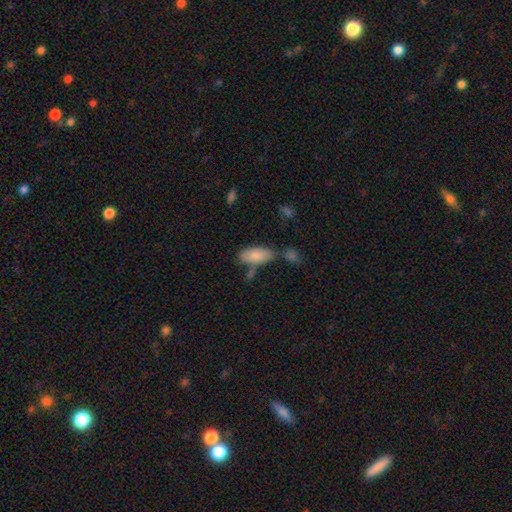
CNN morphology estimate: Overall: smooth (84%). How rounded: in between (88%). Merging: none (58%; minor disturbance 19%).